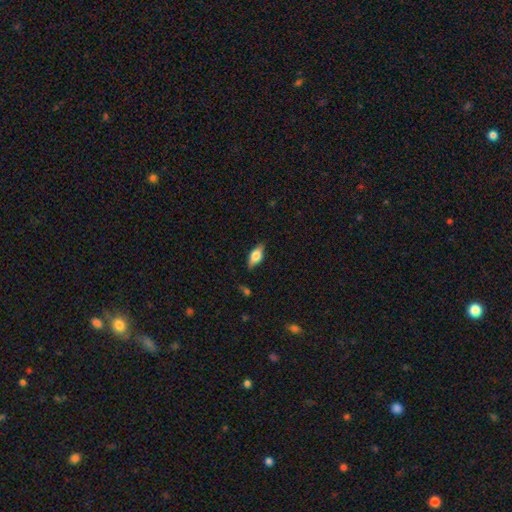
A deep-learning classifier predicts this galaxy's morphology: A smooth galaxy with no disk features (52%) that is in between round and cigar-shaped (78%). Merging: none (83%).